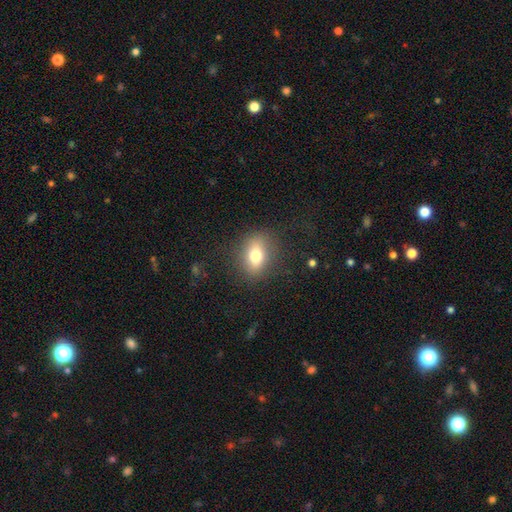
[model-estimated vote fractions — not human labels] Overall: smooth (70%). How rounded: in between (64%; round 32%). Merging: none (81%).